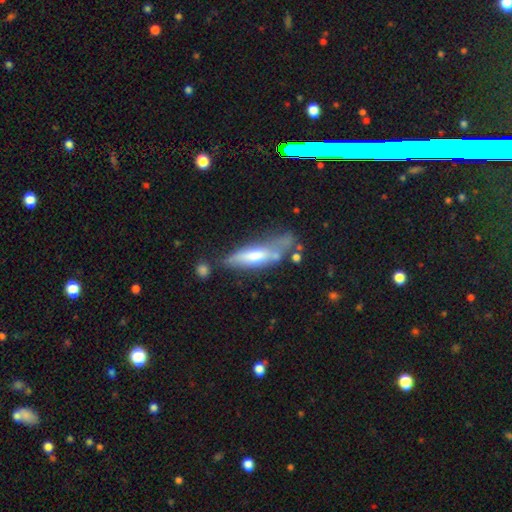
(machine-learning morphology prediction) smooth_or_featured: smooth (p=0.50) [alt: featured or disk p=0.42]
merging: none (p=0.37) [alt: minor disturbance p=0.28]